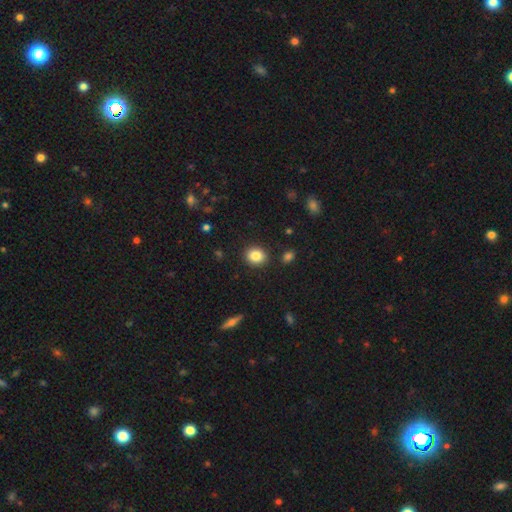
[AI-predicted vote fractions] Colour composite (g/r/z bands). It shows a smooth galaxy with no disk features (85%) that is round (67%). Merging: none (90%).